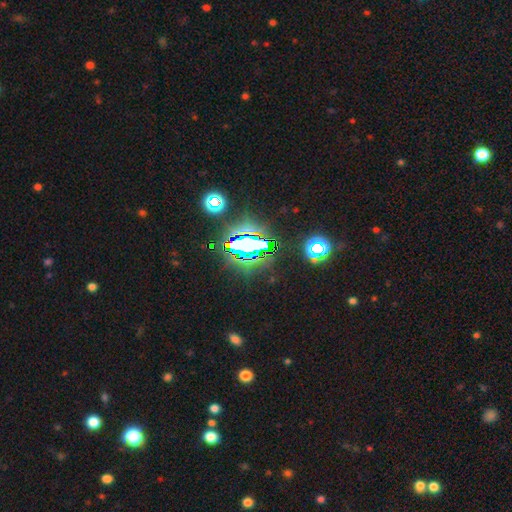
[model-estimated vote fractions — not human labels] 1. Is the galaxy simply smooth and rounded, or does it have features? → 80% star or artifact, 12% smooth, 8% featured or disk.